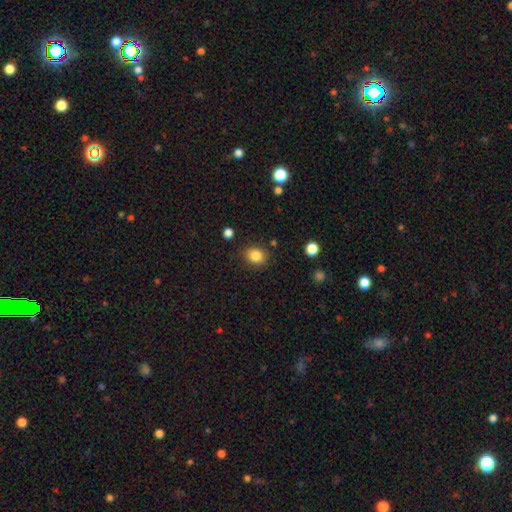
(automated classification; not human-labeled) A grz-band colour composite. It shows a smooth galaxy with no disk features (85%) that is round (66%). Merging: none (83%).